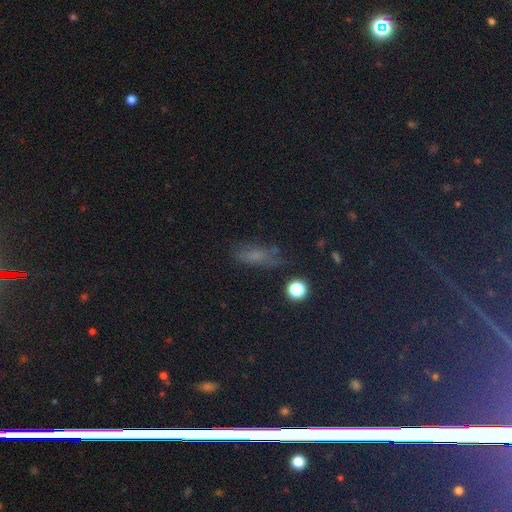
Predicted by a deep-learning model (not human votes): The model was most divided on "smooth or featured": smooth: 53%, star or artifact: 32%, featured or disk: 15%. More confident: merging — none (66%); how rounded — in between (58%).